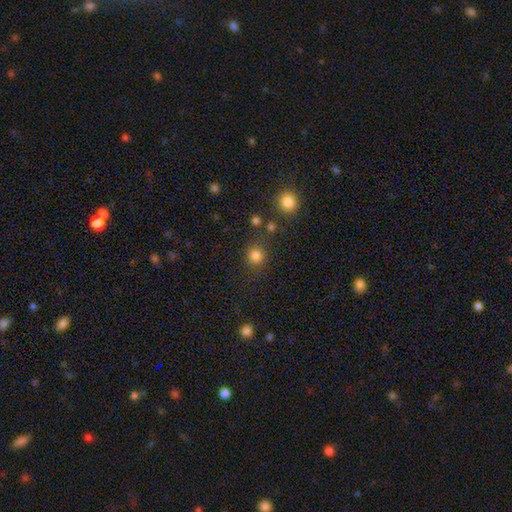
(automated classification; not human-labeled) The model was most divided on "smooth or featured": smooth: 80%, star or artifact: 15%, featured or disk: 5%. More confident: how rounded — round (88%); merging — none (81%).